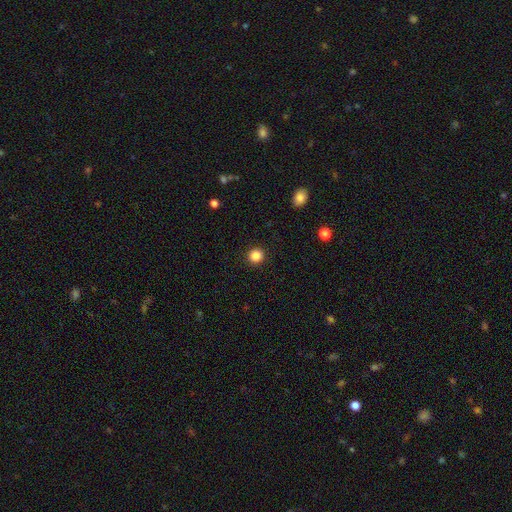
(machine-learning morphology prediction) smooth-or-featured: smooth: 87% | star or artifact: 11% | featured or disk: 3%
  how-rounded: round: 93% | in between: 6% | cigar-shaped: 1%
  merging: none: 92% | minor disturbance: 5% | major disturbance: 2% | merger: 1%